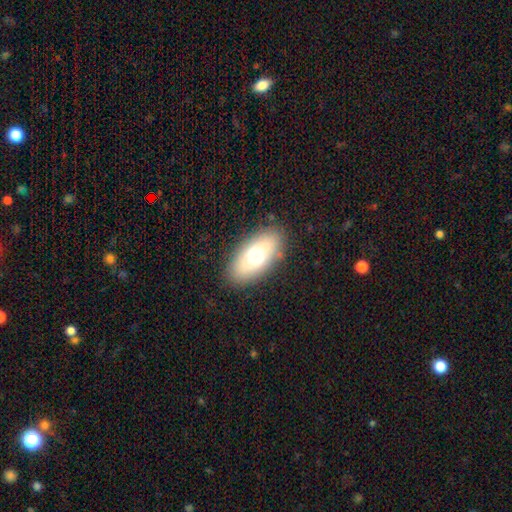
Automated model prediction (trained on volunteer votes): The model was most divided on "smooth or featured": smooth: 66%, featured or disk: 24%, star or artifact: 10%. More confident: how rounded — in between (87%); merging — none (85%).